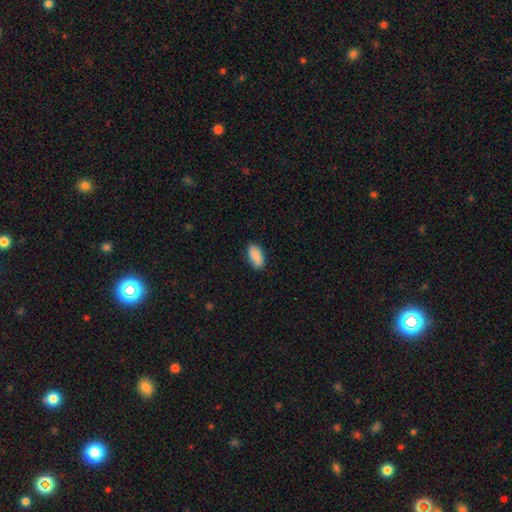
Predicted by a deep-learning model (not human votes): A smooth galaxy with no disk features (89%) that is in between round and cigar-shaped (93%).

Vote fractions:
- Smooth or featured? smooth: 89% / star or artifact: 6% / featured or disk: 4%
- How rounded? in between: 93% / cigar-shaped: 5% / round: 3%
- Merging? none: 85% / minor disturbance: 12% / major disturbance: 2% / merger: 1%